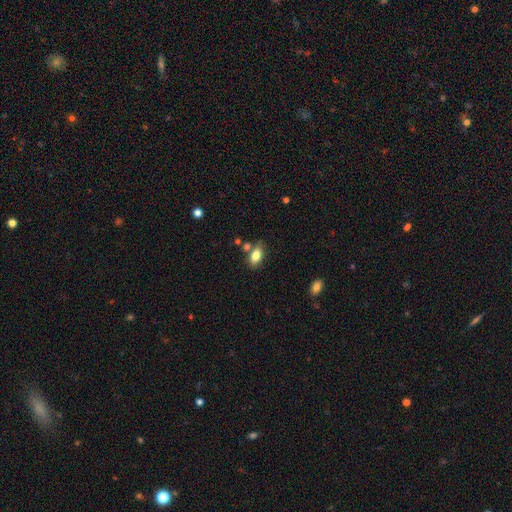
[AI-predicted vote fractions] The model was most divided on "merging": none: 71%, minor disturbance: 14%, merger: 12%, major disturbance: 4%. More confident: how rounded — in between (89%); smooth or featured — smooth (82%).